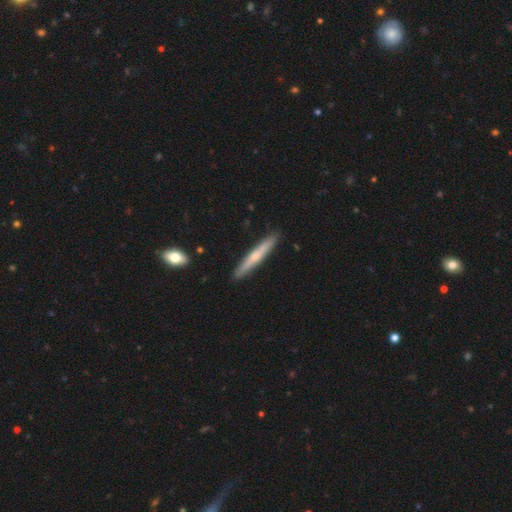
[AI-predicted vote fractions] A featured or disk galaxy (49%).

Vote fractions:
- Smooth or featured? featured or disk: 49% / smooth: 46% / star or artifact: 5%
- Merging? none: 90% / minor disturbance: 7% / merger: 1% / major disturbance: 1%